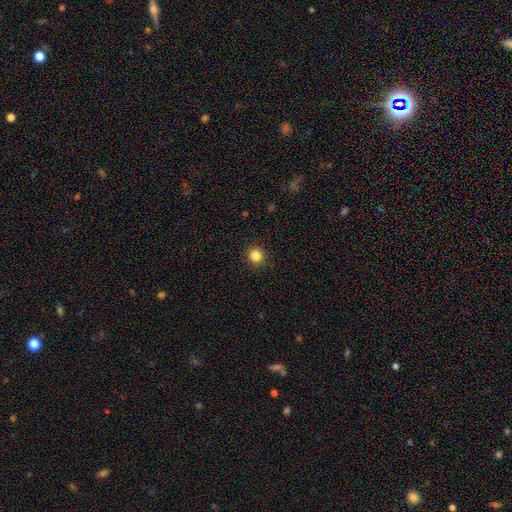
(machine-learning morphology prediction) Smooth or featured: smooth — 85% (star or artifact — 11%)
How rounded: round — 90% (in between — 9%)
Merging: none — 92% (minor disturbance — 5%)